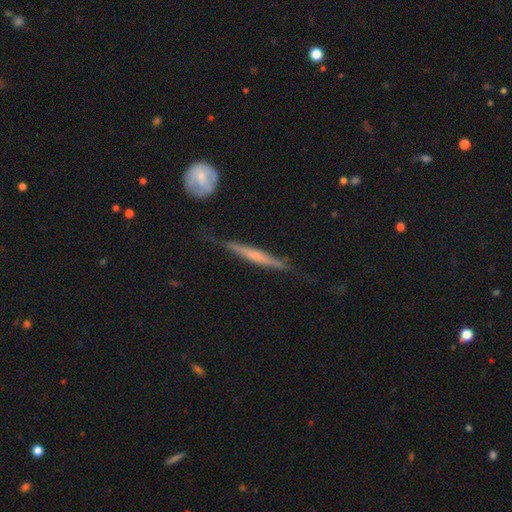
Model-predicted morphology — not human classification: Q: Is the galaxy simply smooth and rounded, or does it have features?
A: featured or disk — 67%.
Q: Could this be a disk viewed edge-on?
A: yes — 94%.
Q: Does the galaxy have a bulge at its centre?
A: none — 47%.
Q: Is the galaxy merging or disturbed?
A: none — 70%.